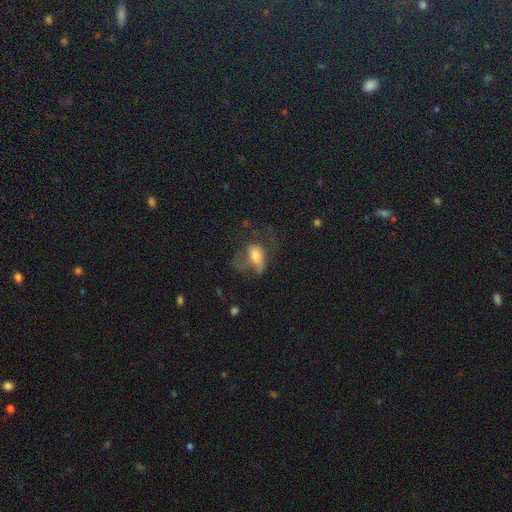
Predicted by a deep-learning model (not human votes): The model was most divided on "smooth or featured": smooth: 55%, featured or disk: 32%, star or artifact: 12%. More confident: how rounded — in between (82%); merging — major disturbance (51%).